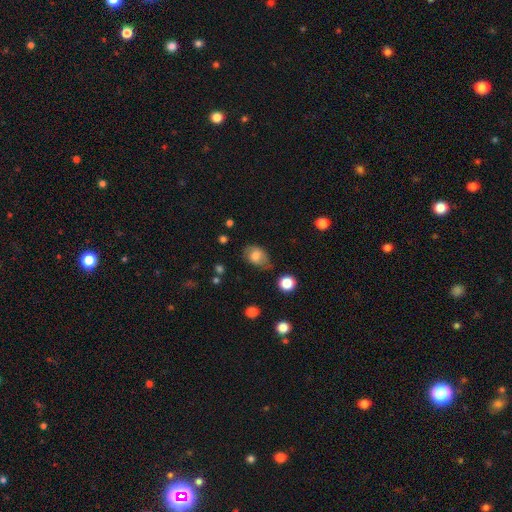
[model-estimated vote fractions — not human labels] This appears to be a smooth galaxy with no disk features (72%) that is in between round and cigar-shaped (74%). Merging: none (58%).